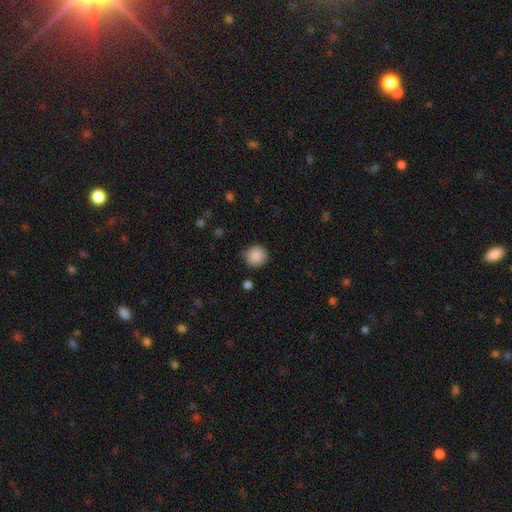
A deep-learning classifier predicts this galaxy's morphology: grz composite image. It shows a smooth galaxy with no disk features (88%) that is round (92%). Merging: none (84%).